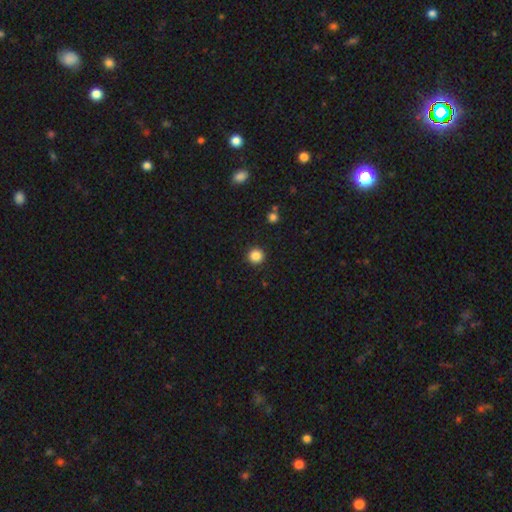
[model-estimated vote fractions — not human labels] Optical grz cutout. It shows a smooth galaxy with no disk features (86%) that is round (95%). Merging: none (93%).